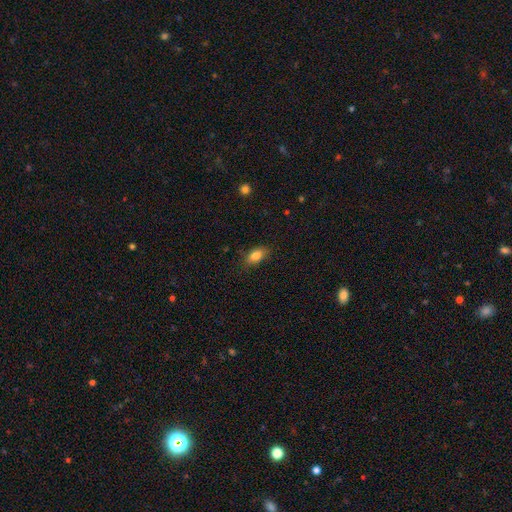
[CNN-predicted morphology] The model was most divided on "merging": none: 82%, minor disturbance: 14%, major disturbance: 3%, merger: 1%. More confident: how rounded — in between (86%); smooth or featured — smooth (83%).